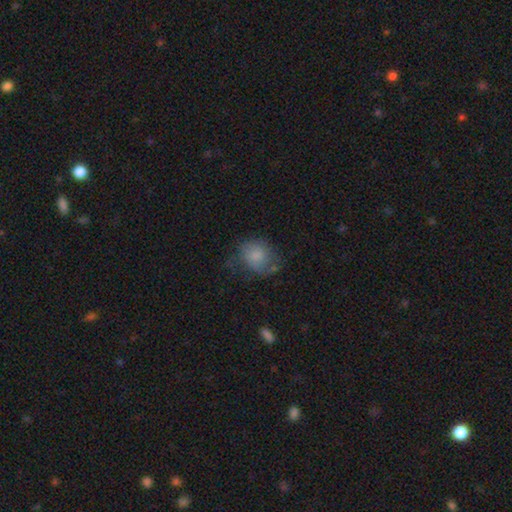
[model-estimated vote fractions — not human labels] A smooth galaxy with no disk features (66%) that is round (56%).

Vote fractions:
- Smooth or featured? smooth: 66% / featured or disk: 24% / star or artifact: 9%
- How rounded? round: 56% / in between: 43% / cigar-shaped: 1%
- Merging? none: 44% / minor disturbance: 30% / major disturbance: 23% / merger: 3%